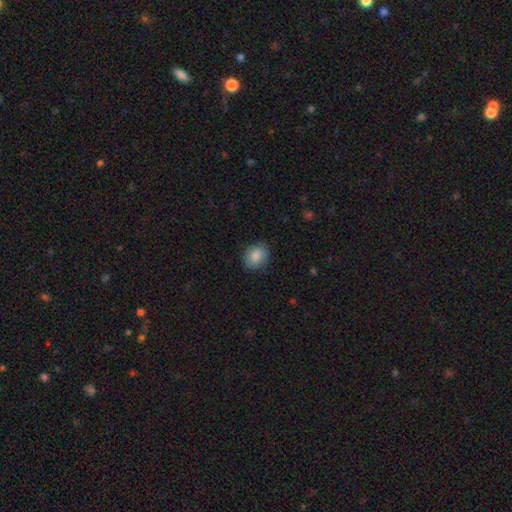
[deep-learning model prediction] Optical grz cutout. It shows a smooth galaxy with no disk features (84%) that is round (57%). Merging: none (82%).